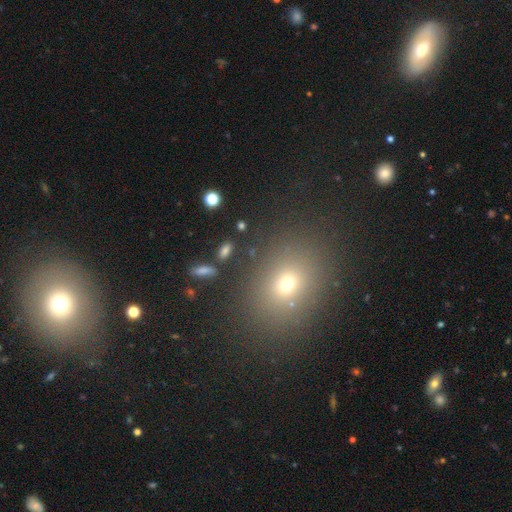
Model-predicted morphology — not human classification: Overall: smooth (58%; star or artifact 31%). How rounded: round (53%; in between 45%). Merging: none (86%).